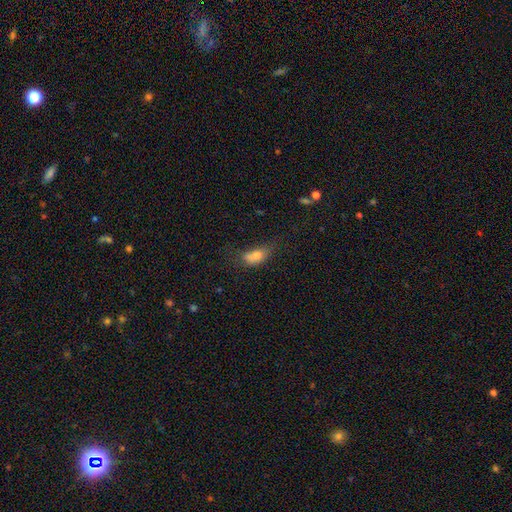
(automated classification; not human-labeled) A smooth galaxy with no disk features (70%) that is in between round and cigar-shaped (78%).

Vote fractions:
- Smooth or featured? smooth: 70% / featured or disk: 17% / star or artifact: 12%
- How rounded? in between: 78% / round: 15% / cigar-shaped: 8%
- Merging? none: 31% / minor disturbance: 27% / major disturbance: 23% / merger: 18%